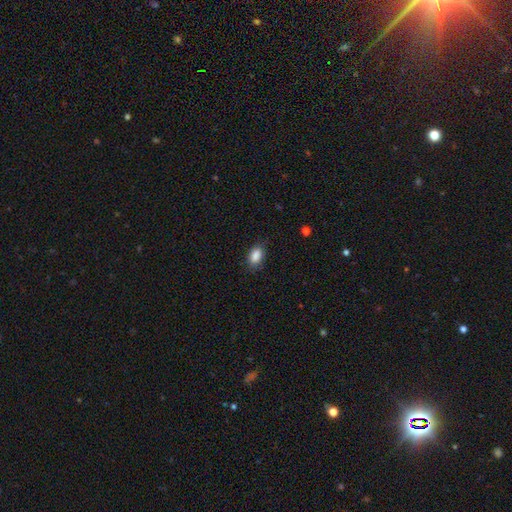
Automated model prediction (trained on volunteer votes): Smooth or featured: smooth — 88% (star or artifact — 8%)
How rounded: in between — 90% (round — 8%)
Merging: none — 81% (minor disturbance — 15%)